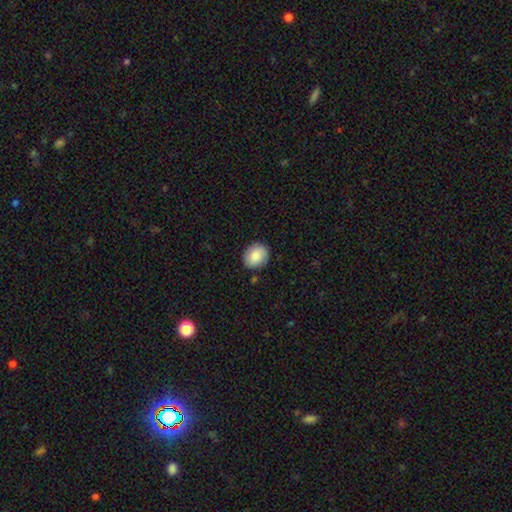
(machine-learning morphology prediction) Smooth or featured?
  - smooth: 86% *
  - featured or disk: 7%
  - star or artifact: 7%
How rounded?
  - round: 61% *
  - in between: 38%
  - cigar-shaped: 1%
Merging?
  - none: 87% *
  - minor disturbance: 9%
  - major disturbance: 2%
  - merger: 1%